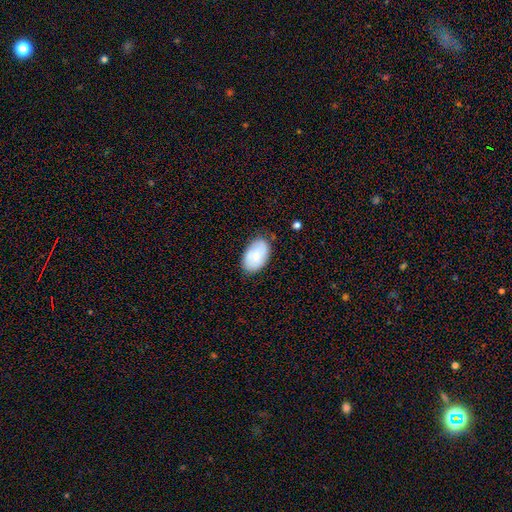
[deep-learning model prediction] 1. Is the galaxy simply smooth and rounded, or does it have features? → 71% smooth, 23% featured or disk, 7% star or artifact.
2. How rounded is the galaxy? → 93% in between, 6% round, 1% cigar-shaped.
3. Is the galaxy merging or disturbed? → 76% none, 19% minor disturbance, 3% major disturbance, 2% merger.